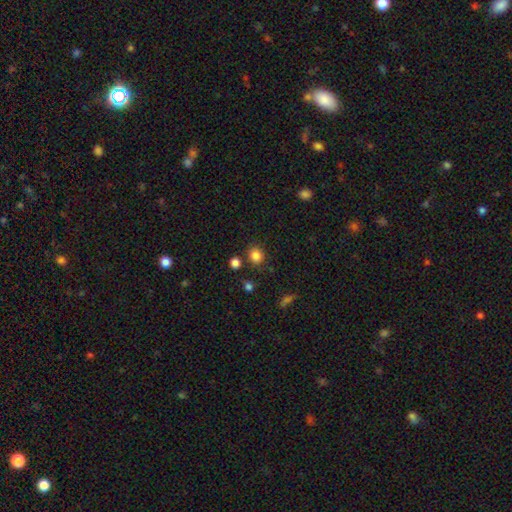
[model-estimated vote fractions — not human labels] smooth-or-featured: smooth: 84% | star or artifact: 12% | featured or disk: 4%
  how-rounded: round: 82% | in between: 17% | cigar-shaped: 1%
  merging: none: 82% | minor disturbance: 9% | merger: 6% | major disturbance: 3%